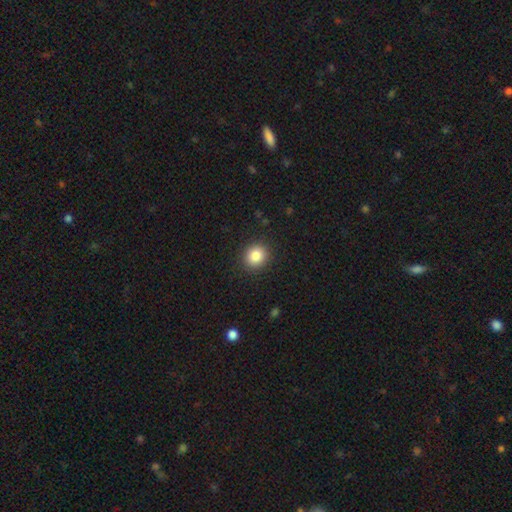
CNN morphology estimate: Smooth or featured?
  - smooth: 85% *
  - star or artifact: 10%
  - featured or disk: 5%
How rounded?
  - round: 82% *
  - in between: 17%
  - cigar-shaped: 1%
Merging?
  - none: 90% *
  - minor disturbance: 7%
  - major disturbance: 2%
  - merger: 1%